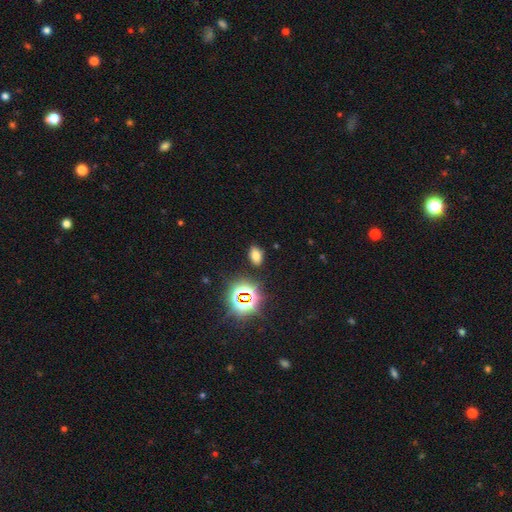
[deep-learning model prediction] Overall: smooth (65%; star or artifact 27%). How rounded: in between (86%). Merging: none (86%).